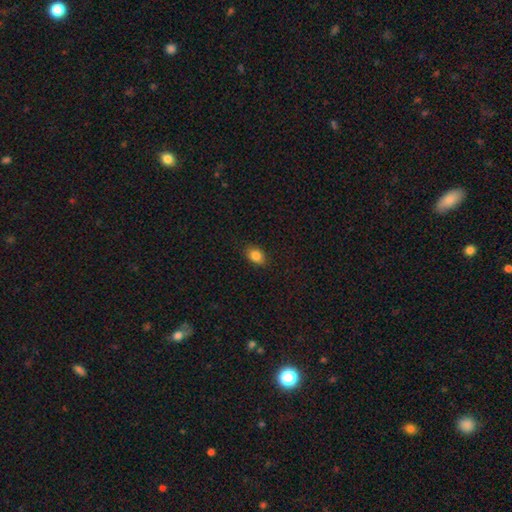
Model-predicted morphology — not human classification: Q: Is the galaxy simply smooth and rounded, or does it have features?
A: smooth — 85%.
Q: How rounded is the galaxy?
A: in between — 75%.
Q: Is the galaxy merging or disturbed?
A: none — 88%.